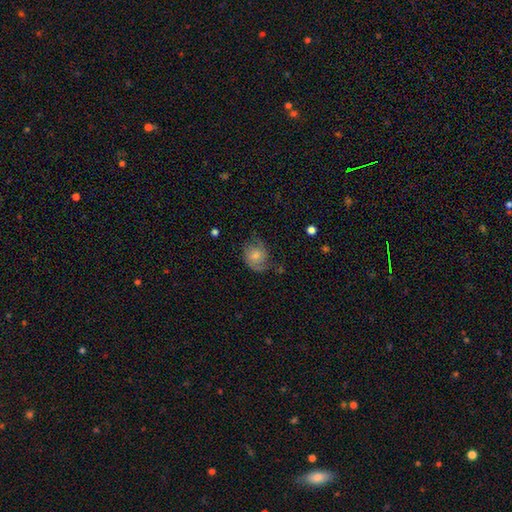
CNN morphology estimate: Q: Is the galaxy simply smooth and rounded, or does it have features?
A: smooth — 60%.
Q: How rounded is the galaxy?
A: round — 60%.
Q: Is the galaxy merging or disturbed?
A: none — 51%.